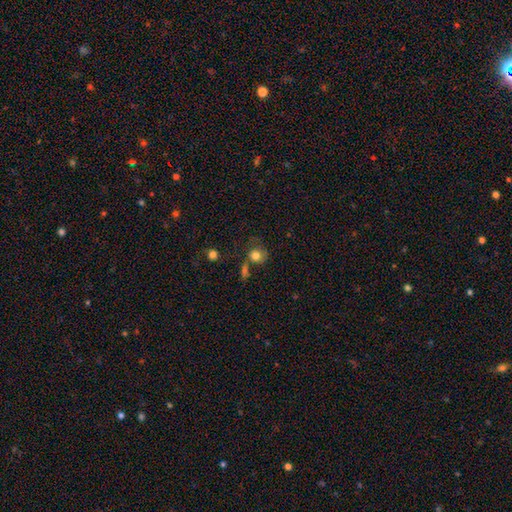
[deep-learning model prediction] Smooth or featured? smooth (76%)
How rounded? round (76%)
Merging? none (47%)